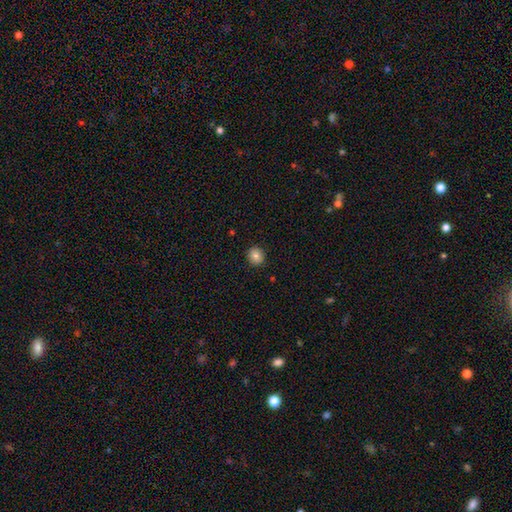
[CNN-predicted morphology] smooth-or-featured: smooth: 83% | star or artifact: 9% | featured or disk: 8%
  how-rounded: round: 85% | in between: 14% | cigar-shaped: 1%
  merging: none: 91% | minor disturbance: 7% | major disturbance: 2% | merger: 1%